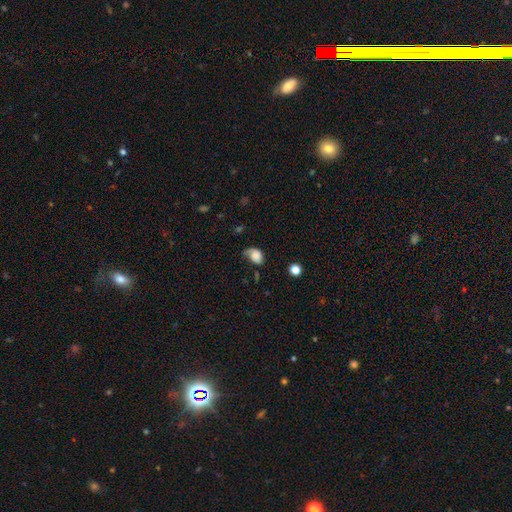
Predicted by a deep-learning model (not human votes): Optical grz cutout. It shows a smooth galaxy with no disk features (64%) that is in between round and cigar-shaped (73%). Merging: minor disturbance (35%).